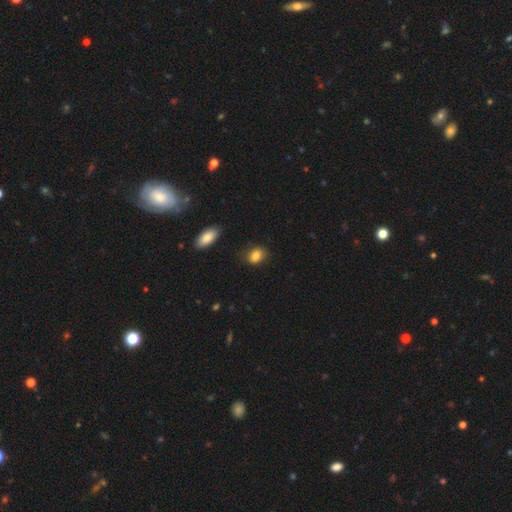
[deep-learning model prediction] smooth-or-featured: smooth: 85% | star or artifact: 9% | featured or disk: 7%
  how-rounded: in between: 67% | round: 31% | cigar-shaped: 2%
  merging: none: 76% | minor disturbance: 18% | major disturbance: 4% | merger: 3%